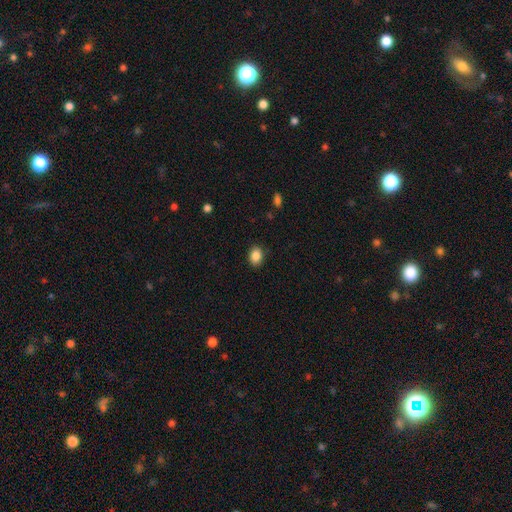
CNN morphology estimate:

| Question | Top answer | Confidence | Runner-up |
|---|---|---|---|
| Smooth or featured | smooth | 87% | star or artifact (8%) |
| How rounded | in between | 68% | round (31%) |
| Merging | none | 88% | minor disturbance (9%) |